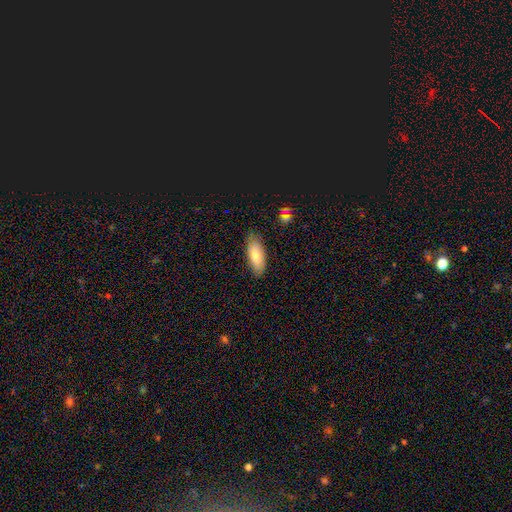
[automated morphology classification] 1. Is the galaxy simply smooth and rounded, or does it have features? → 78% smooth, 16% featured or disk, 6% star or artifact.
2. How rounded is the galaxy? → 77% in between, 21% cigar-shaped, 2% round.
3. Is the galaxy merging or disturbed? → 83% none, 13% minor disturbance, 2% major disturbance, 1% merger.